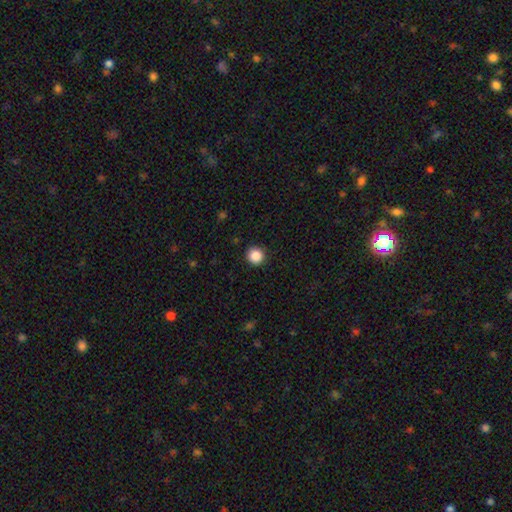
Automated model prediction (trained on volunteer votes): smooth_or_featured: smooth (p=0.87) [alt: star or artifact p=0.10]
how_rounded: round (p=0.94) [alt: in between p=0.05]
merging: none (p=0.92) [alt: minor disturbance p=0.05]